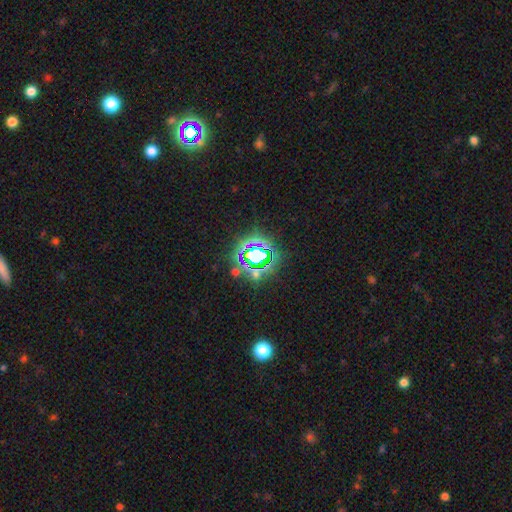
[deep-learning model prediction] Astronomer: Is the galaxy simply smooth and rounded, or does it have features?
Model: star or artifact — 73%.